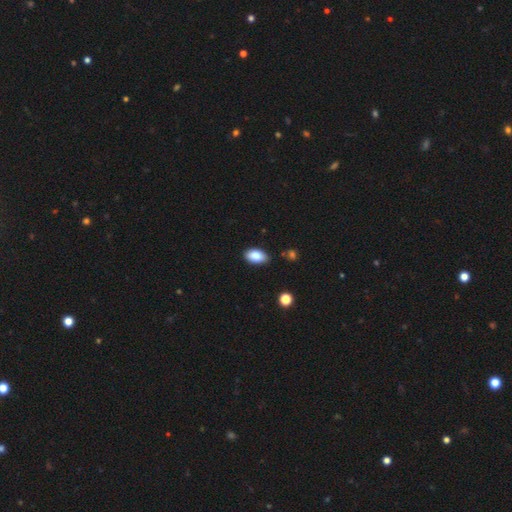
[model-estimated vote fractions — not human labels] smooth_or_featured: smooth (p=0.85) [alt: star or artifact p=0.08]
how_rounded: in between (p=0.93) [alt: round p=0.05]
merging: none (p=0.83) [alt: minor disturbance p=0.13]